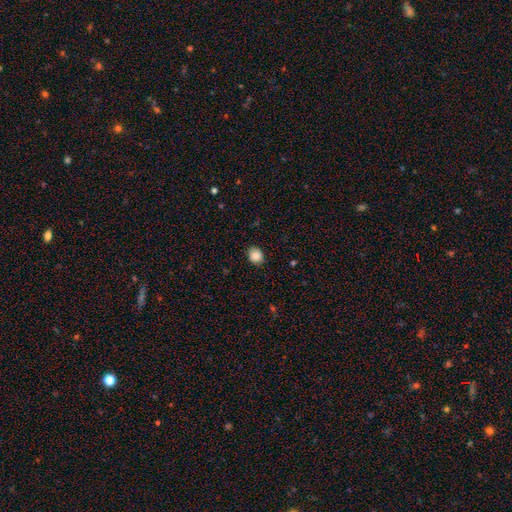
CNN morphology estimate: Smooth or featured? smooth (87%)
How rounded? round (61%)
Merging? none (85%)